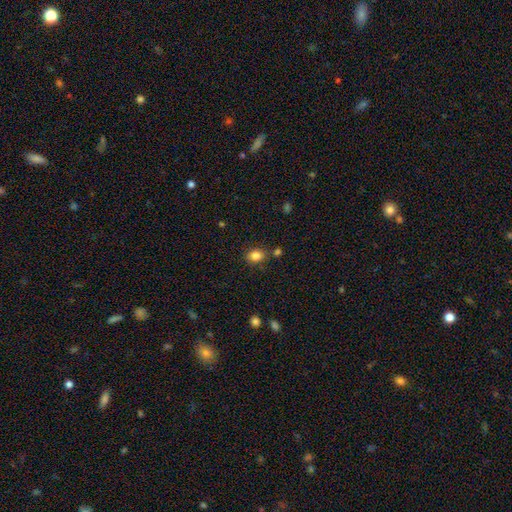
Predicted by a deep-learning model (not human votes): A smooth galaxy with no disk features (84%) that is in between round and cigar-shaped (55%).

Vote fractions:
- Smooth or featured? smooth: 84% / star or artifact: 11% / featured or disk: 5%
- How rounded? in between: 55% / round: 44% / cigar-shaped: 1%
- Merging? none: 76% / minor disturbance: 13% / merger: 8% / major disturbance: 3%